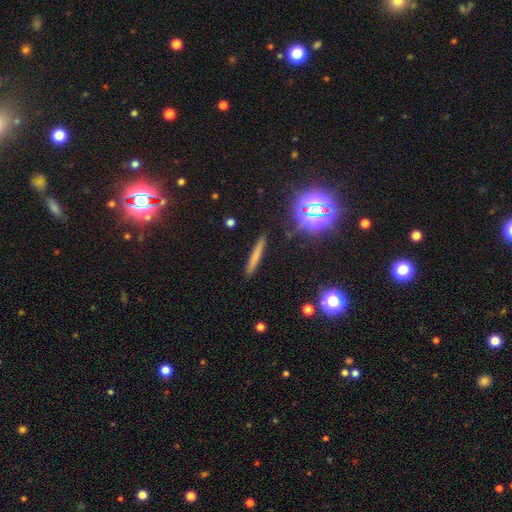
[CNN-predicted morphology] Smooth or featured? Predicted: smooth (p=0.63). How rounded? Predicted: cigar-shaped (p=0.94). Merging? Predicted: none (p=0.89).